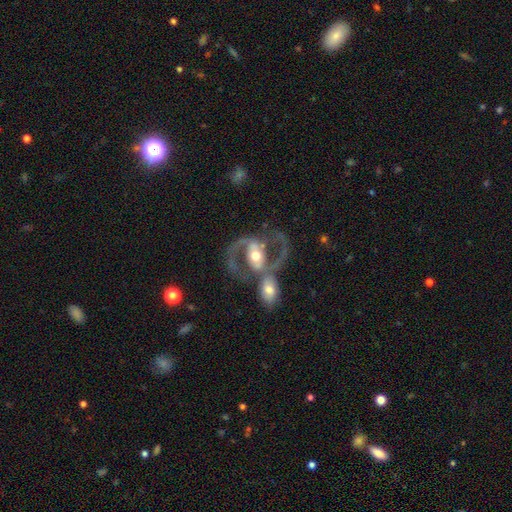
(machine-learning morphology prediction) type=featured or disk (87%); edge-on=no (96%); bar=strong (38%); spiral arms=yes (89%); winding=medium (55%); arm count=2 (91%); bulge=moderate (71%); merging=none (46%).